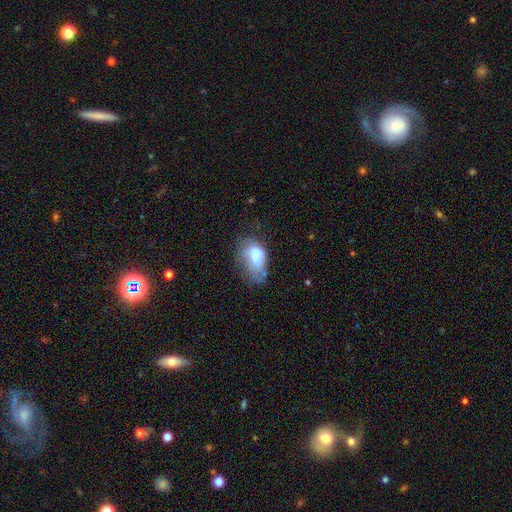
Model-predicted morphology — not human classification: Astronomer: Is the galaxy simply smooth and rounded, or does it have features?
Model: smooth — 65%.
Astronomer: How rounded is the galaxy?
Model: in between — 86%.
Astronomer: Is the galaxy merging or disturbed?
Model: minor disturbance — 34%, tied with major disturbance at 34%.